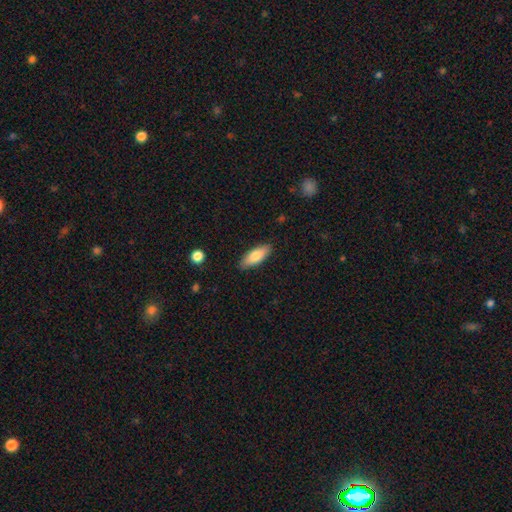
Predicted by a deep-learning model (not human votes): Overall: smooth (78%). How rounded: in between (70%). Merging: none (87%).